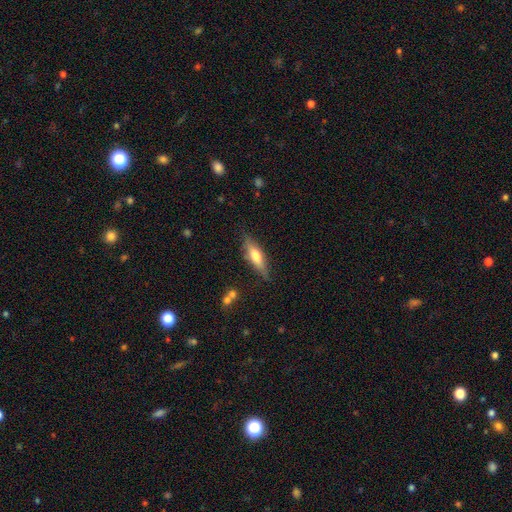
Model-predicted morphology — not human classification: This appears to be a smooth galaxy with no disk features (51%) that is cigar-shaped (62%). Merging: none (77%).